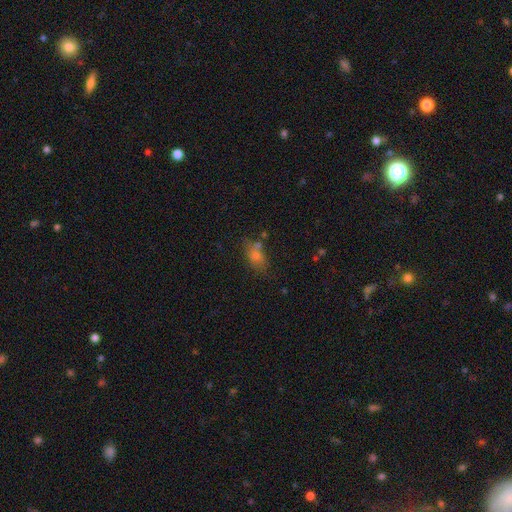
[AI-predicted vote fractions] Smooth or featured? Predicted: smooth (p=0.66). How rounded? Predicted: in between (p=0.73). Merging? Predicted: none (p=0.59).